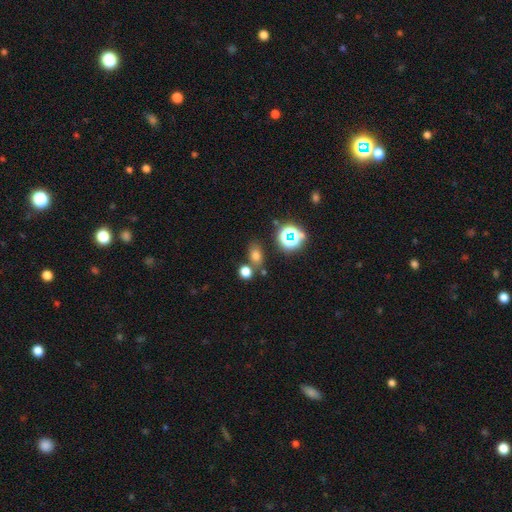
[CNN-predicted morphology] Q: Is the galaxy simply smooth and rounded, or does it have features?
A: smooth — 68%.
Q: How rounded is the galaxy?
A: in between — 68%.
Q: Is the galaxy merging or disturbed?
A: none — 69%.